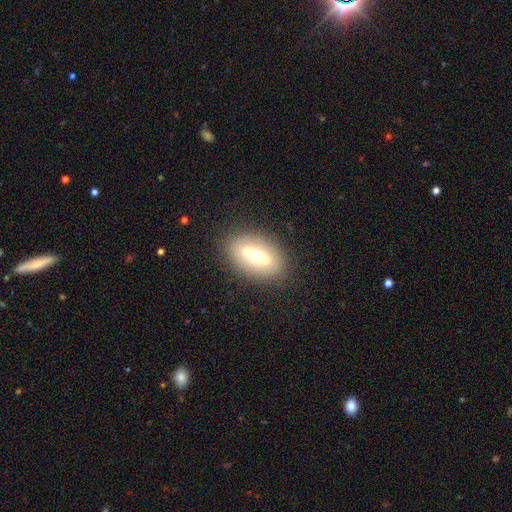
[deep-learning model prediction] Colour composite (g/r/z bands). It shows a smooth galaxy with no disk features (49%). Merging: none (85%).